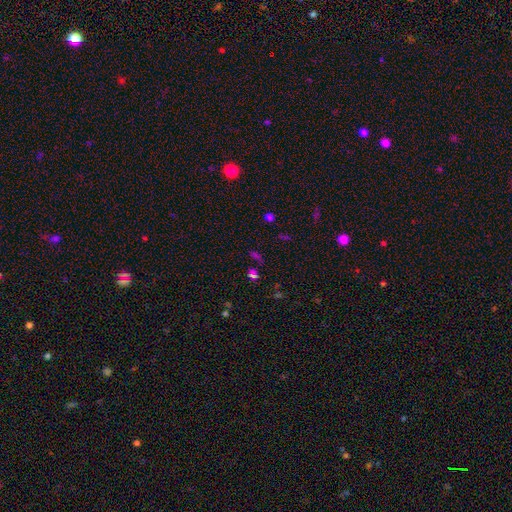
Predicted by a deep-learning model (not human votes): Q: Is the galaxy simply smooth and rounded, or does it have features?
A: star or artifact — 48%.